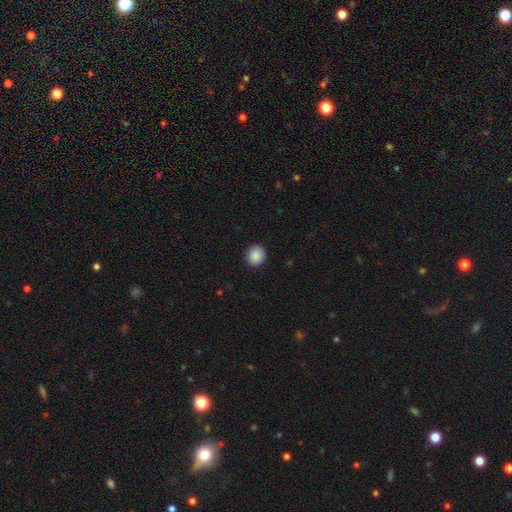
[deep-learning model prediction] smooth 89%, star or artifact 8%, featured or disk 3%. Down the decision tree: how rounded — round (86%); merging — none (91%).